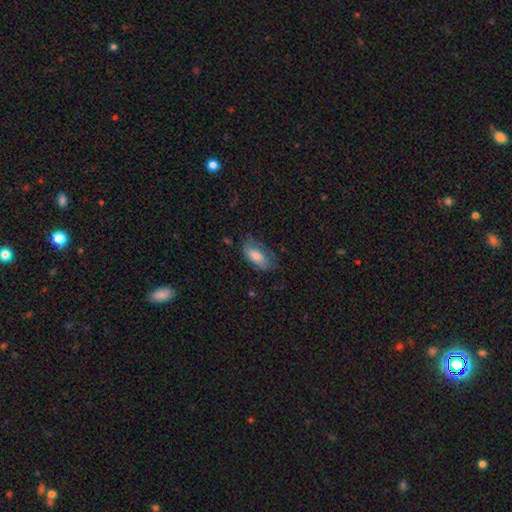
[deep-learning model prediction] smooth 66%, featured or disk 27%, star or artifact 7%. Down the decision tree: how rounded — in between (90%); merging — none (52%).